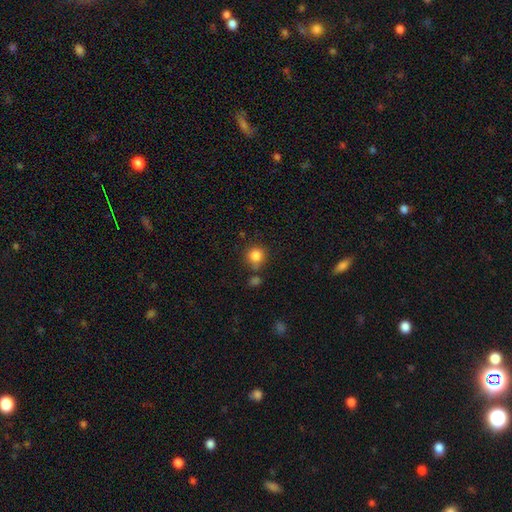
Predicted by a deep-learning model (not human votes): Overall: smooth (85%). How rounded: round (90%). Merging: none (72%).